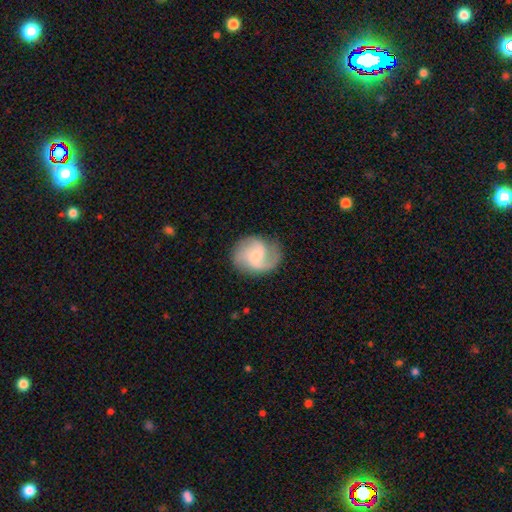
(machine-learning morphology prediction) type=featured or disk (75%); edge-on=no (98%); bar=no (46%); spiral arms=yes (96%); winding=medium (49%); arm count=2 (55%); bulge=small (40%); merging=none (69%).